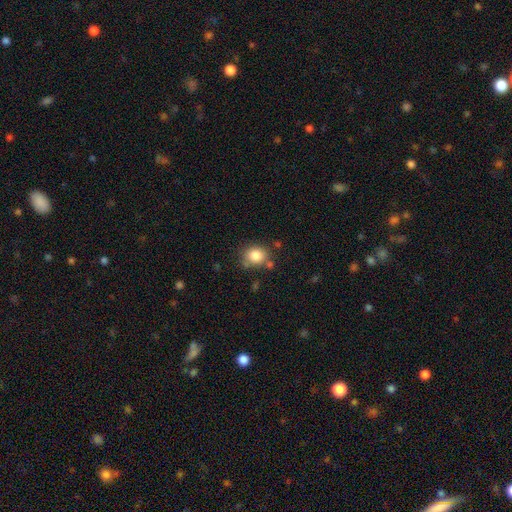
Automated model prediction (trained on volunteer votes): Smooth or featured? smooth (83%)
How rounded? round (71%)
Merging? none (70%)